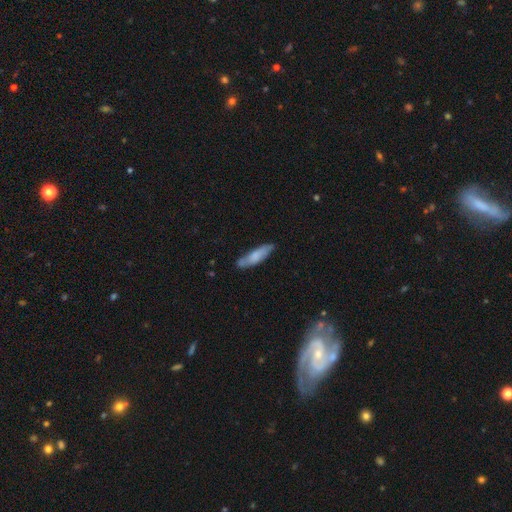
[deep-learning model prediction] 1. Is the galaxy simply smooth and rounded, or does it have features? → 69% smooth, 25% featured or disk, 6% star or artifact.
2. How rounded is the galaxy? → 67% cigar-shaped, 32% in between, 2% round.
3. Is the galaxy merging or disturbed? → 72% none, 21% minor disturbance, 4% major disturbance, 3% merger.